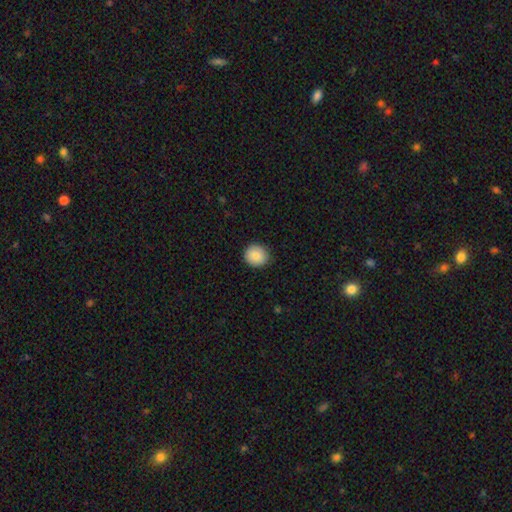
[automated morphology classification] smooth 87%, star or artifact 8%, featured or disk 5%. Down the decision tree: how rounded — round (86%); merging — none (89%).